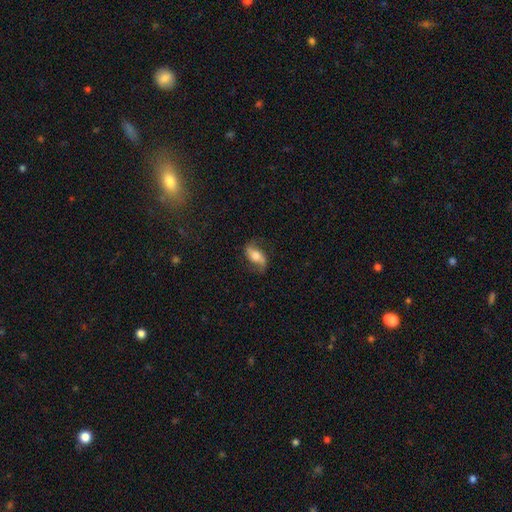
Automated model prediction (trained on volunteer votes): This is possibly a featured or disk galaxy (54%). It is clearly not viewed edge-on (88%). Merging: likely none (71%).